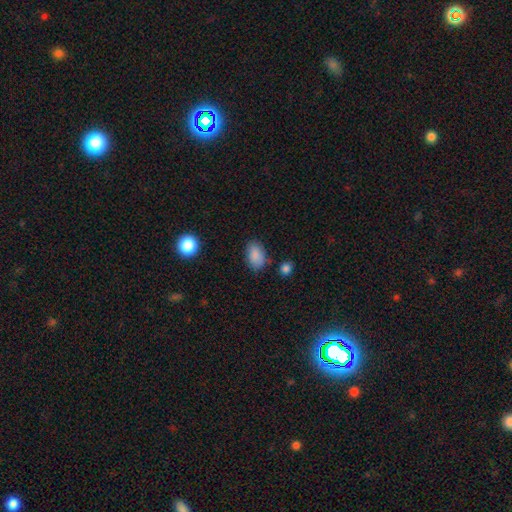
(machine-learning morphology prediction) smooth_or_featured: smooth (p=0.87) [alt: star or artifact p=0.08]
how_rounded: in between (p=0.88) [alt: round p=0.10]
merging: none (p=0.77) [alt: minor disturbance p=0.16]